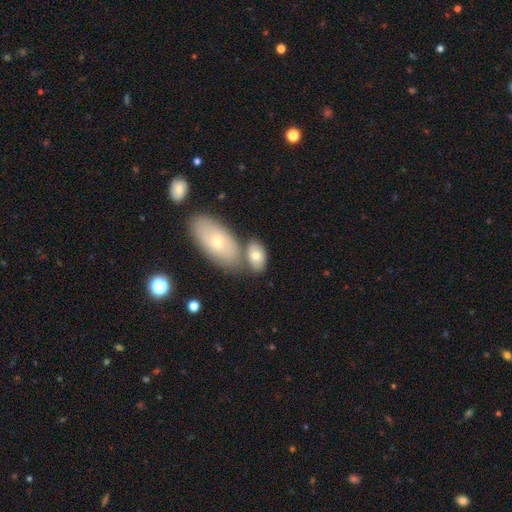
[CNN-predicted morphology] Smooth or featured? smooth (72%)
How rounded? in between (90%)
Merging? none (51%)